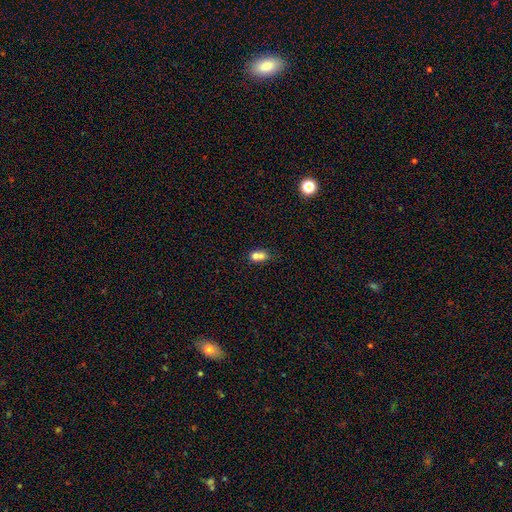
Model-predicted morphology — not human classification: Smooth or featured: smooth — 70% (featured or disk — 18%)
How rounded: in between — 54% (round — 43%)
Merging: merger — 59% (none — 27%)